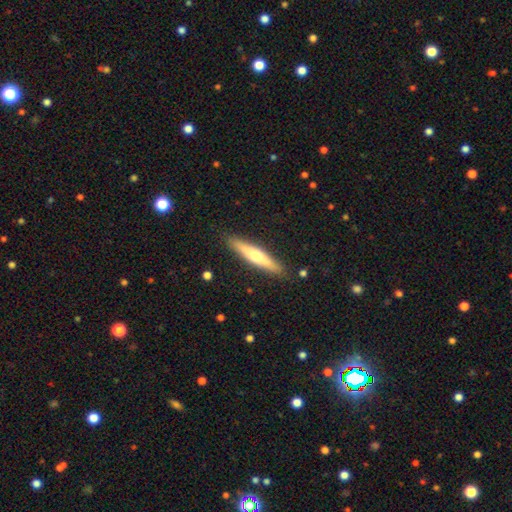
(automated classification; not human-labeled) A featured or disk galaxy (48%). Merging: none (89%).